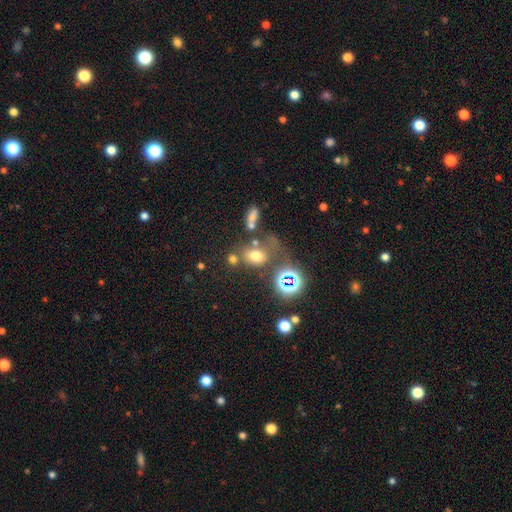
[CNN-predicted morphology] The model was most divided on "how rounded": in between: 60%, round: 38%, cigar-shaped: 2%. Remaining: smooth or featured — smooth (62%); merging — none (48%).